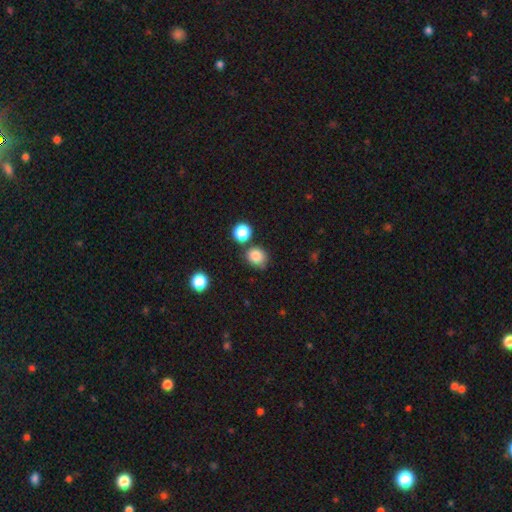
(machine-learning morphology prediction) Smooth or featured: smooth — 85% (star or artifact — 11%)
How rounded: round — 71% (in between — 28%)
Merging: none — 68% (minor disturbance — 17%)